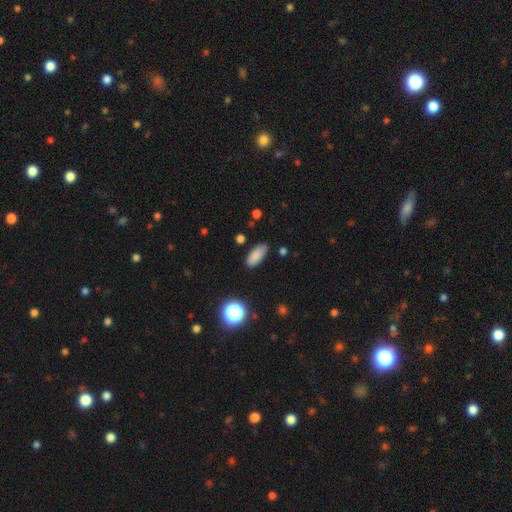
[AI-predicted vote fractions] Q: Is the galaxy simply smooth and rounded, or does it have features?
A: smooth — 85%.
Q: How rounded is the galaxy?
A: in between — 85%.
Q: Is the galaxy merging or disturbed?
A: none — 81%.